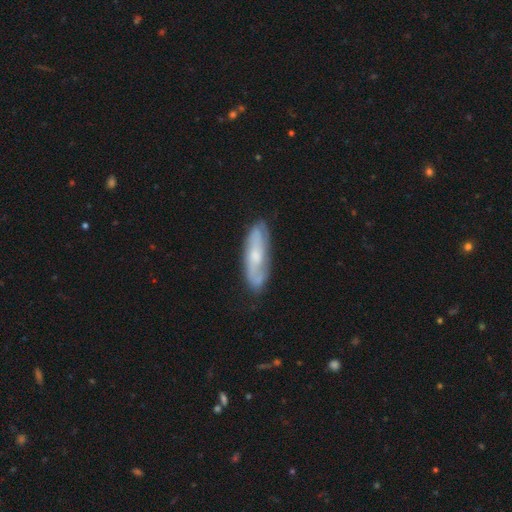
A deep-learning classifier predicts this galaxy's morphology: Smooth or featured? featured or disk (60%)
Edge-on disk? no (75%)
Merging? none (77%)